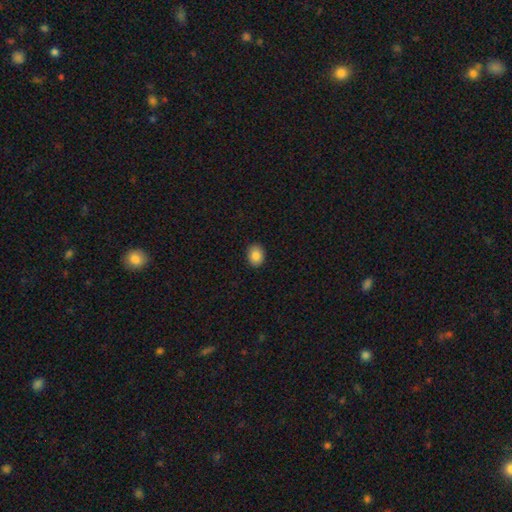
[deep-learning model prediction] A smooth galaxy with no disk features (86%) that is in between round and cigar-shaped (55%).

Vote fractions:
- Smooth or featured? smooth: 86% / star or artifact: 8% / featured or disk: 6%
- How rounded? in between: 55% / round: 44% / cigar-shaped: 1%
- Merging? none: 91% / minor disturbance: 7% / major disturbance: 2% / merger: 1%